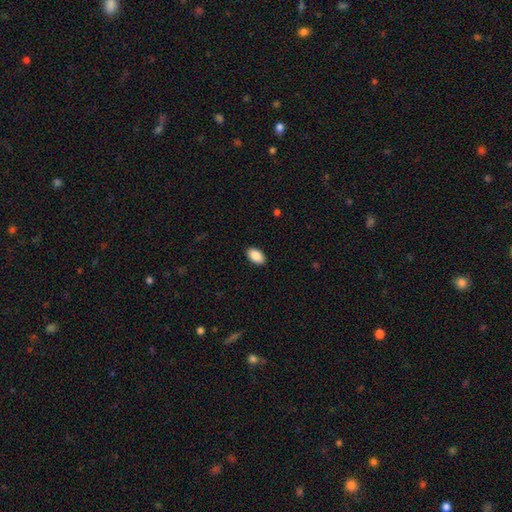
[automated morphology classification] smooth 90%, star or artifact 7%, featured or disk 4%. Down the decision tree: how rounded — in between (95%); merging — none (90%).